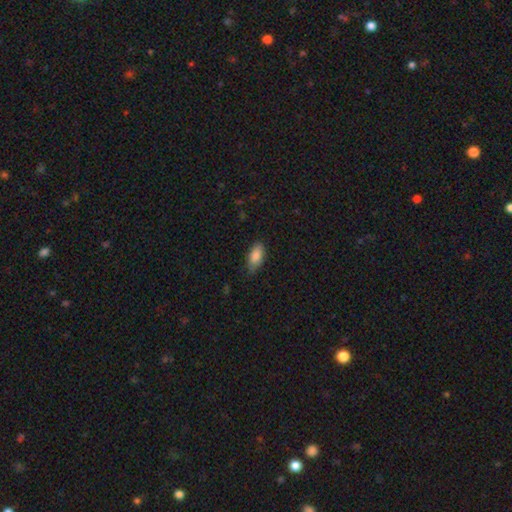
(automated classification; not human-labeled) A smooth galaxy with no disk features (85%) that is in between round and cigar-shaped (90%). Merging: none (77%).